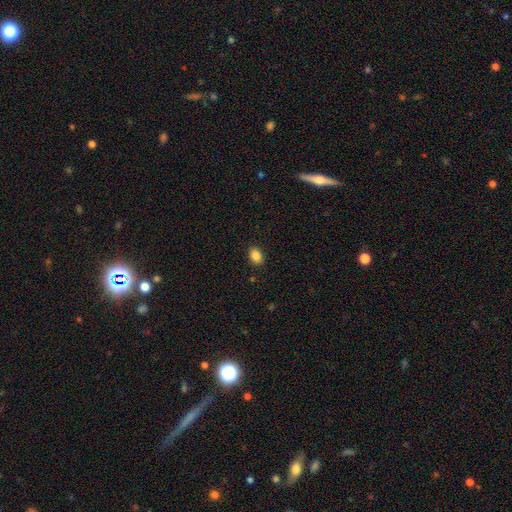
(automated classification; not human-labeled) smooth_or_featured: smooth (p=0.87) [alt: star or artifact p=0.09]
how_rounded: in between (p=0.72) [alt: round p=0.27]
merging: none (p=0.89) [alt: minor disturbance p=0.08]